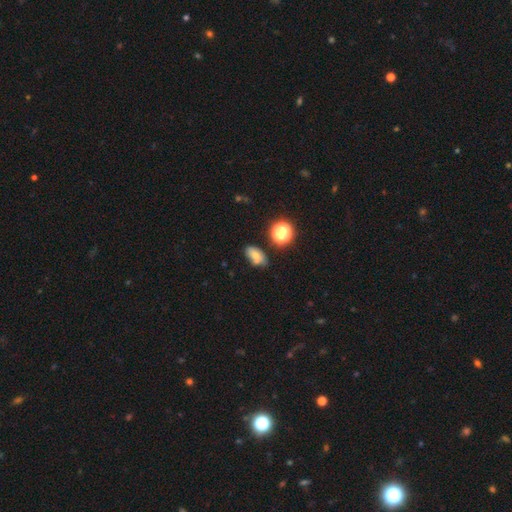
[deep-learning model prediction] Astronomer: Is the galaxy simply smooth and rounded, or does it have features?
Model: smooth — 66%.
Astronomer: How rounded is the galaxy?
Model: in between — 83%.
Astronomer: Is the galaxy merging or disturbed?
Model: none — 66%.